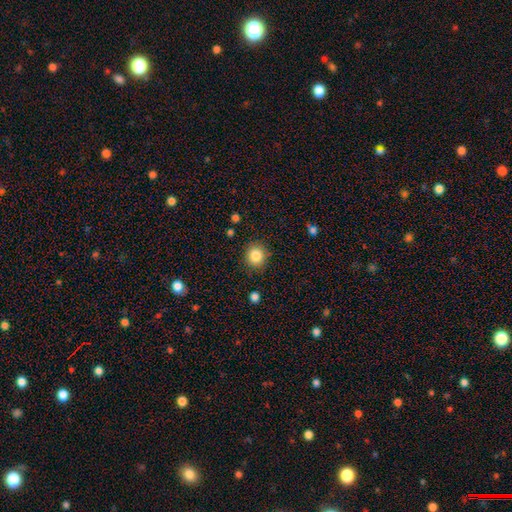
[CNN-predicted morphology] Smooth or featured: smooth — 85% (star or artifact — 10%)
How rounded: round — 83% (in between — 16%)
Merging: none — 87% (minor disturbance — 9%)